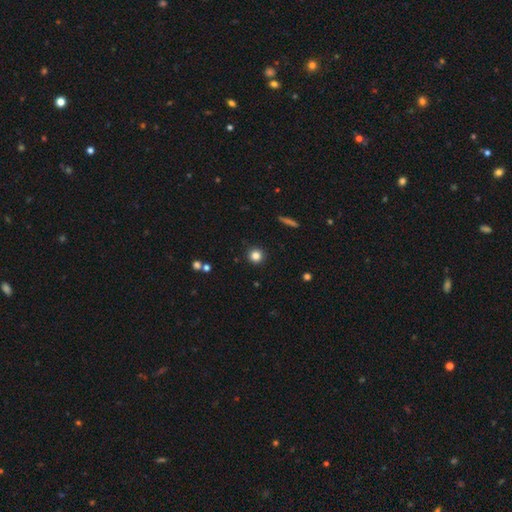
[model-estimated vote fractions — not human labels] Smooth or featured?
  - smooth: 83% *
  - star or artifact: 12%
  - featured or disk: 6%
How rounded?
  - round: 94% *
  - in between: 5%
  - cigar-shaped: 1%
Merging?
  - none: 92% *
  - minor disturbance: 5%
  - major disturbance: 2%
  - merger: 1%